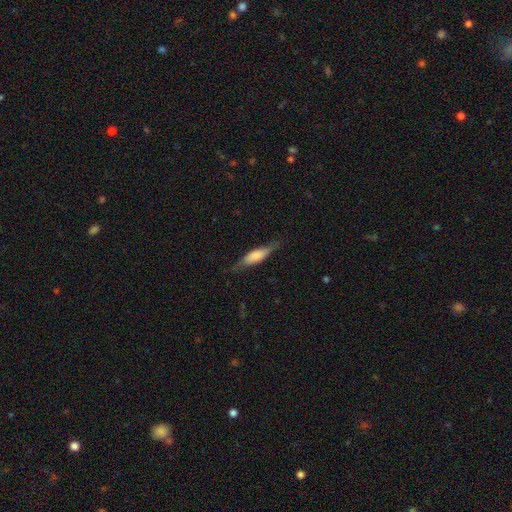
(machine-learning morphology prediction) A smooth galaxy with no disk features (59%) that is cigar-shaped (52%).

Vote fractions:
- Smooth or featured? smooth: 59% / featured or disk: 34% / star or artifact: 7%
- How rounded? cigar-shaped: 52% / in between: 46% / round: 2%
- Merging? none: 70% / minor disturbance: 22% / major disturbance: 7% / merger: 1%